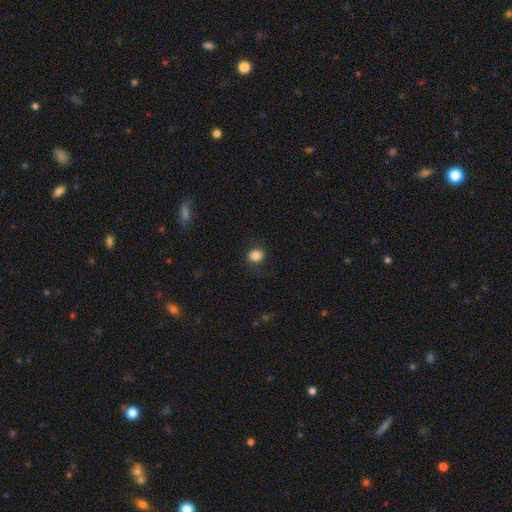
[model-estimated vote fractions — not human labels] smooth 85%, star or artifact 10%, featured or disk 5%. Down the decision tree: how rounded — round (72%); merging — none (83%).